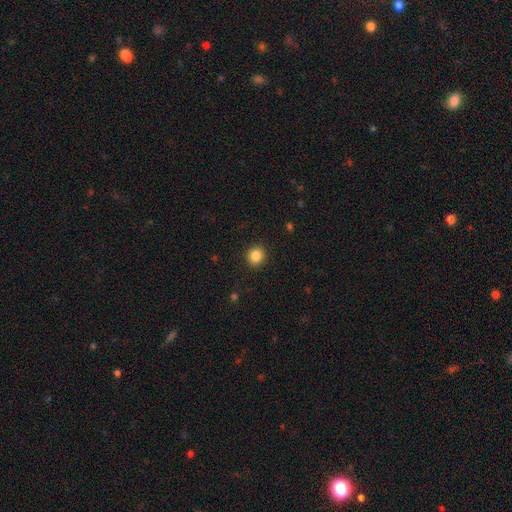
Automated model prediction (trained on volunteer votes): Morphology: type=smooth (85%); roundness=round (88%); merging=none (92%).